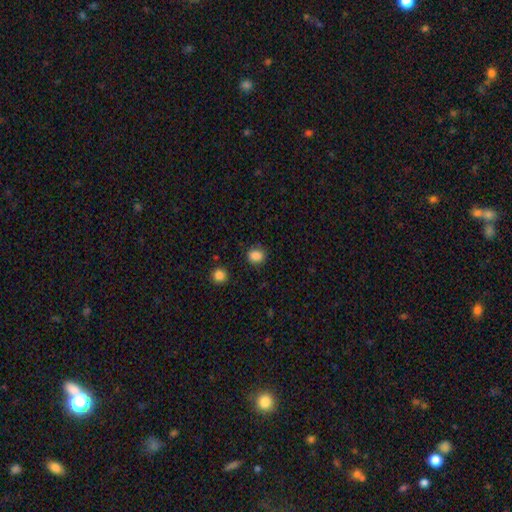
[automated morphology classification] This is clearly a smooth galaxy (86%). How rounded: possibly round (59%). Merging: clearly none (86%).